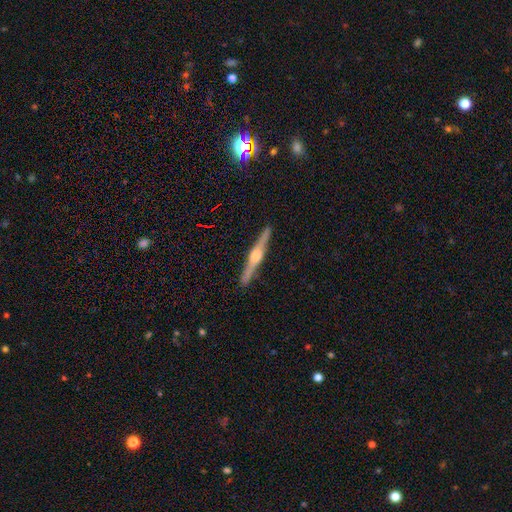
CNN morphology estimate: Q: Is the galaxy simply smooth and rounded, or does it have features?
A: featured or disk — 84%.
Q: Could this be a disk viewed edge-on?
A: yes — 98%.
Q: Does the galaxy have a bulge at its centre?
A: rounded — 87%.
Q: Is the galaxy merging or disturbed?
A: none — 92%.